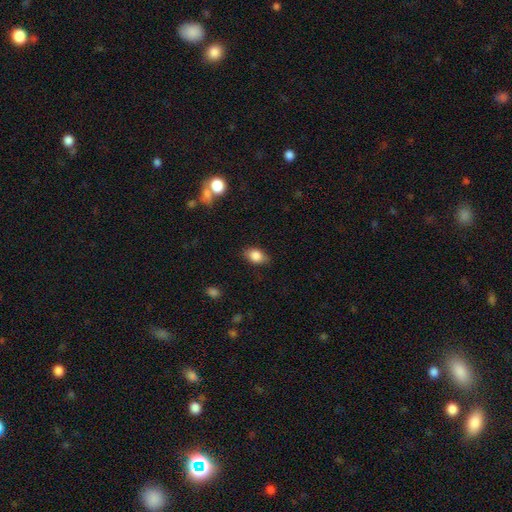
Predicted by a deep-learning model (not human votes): smooth 84%, star or artifact 9%, featured or disk 8%. Down the decision tree: how rounded — in between (80%); merging — none (80%).